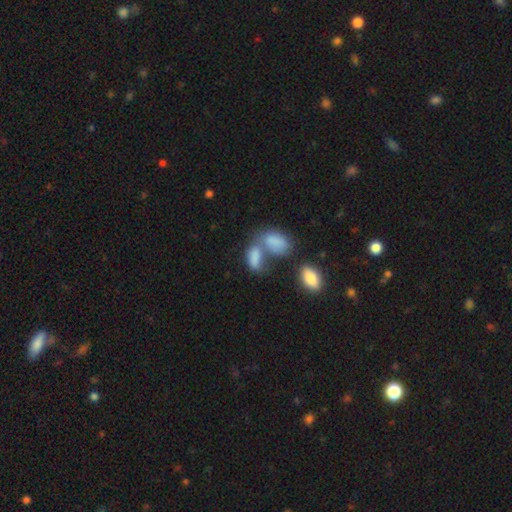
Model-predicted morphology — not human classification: Q: Smooth or featured?
A: smooth (76%); runner-up: featured or disk (13%)
Q: How rounded?
A: in between (89%); runner-up: round (7%)
Q: Merging?
A: merger (57%); runner-up: none (25%)